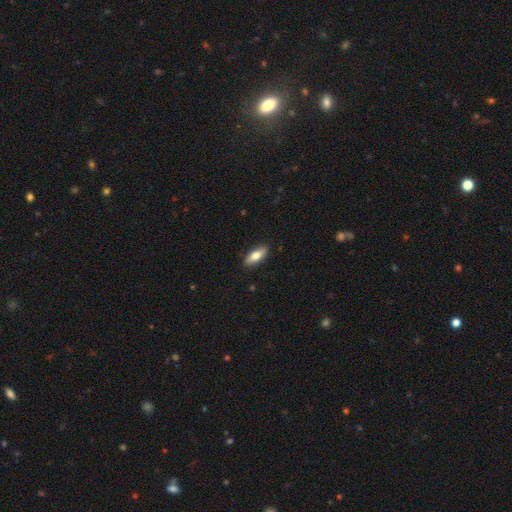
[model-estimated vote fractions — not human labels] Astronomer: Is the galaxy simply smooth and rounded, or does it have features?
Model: smooth — 74%.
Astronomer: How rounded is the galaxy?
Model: in between — 72%.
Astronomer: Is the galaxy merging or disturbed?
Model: none — 87%.